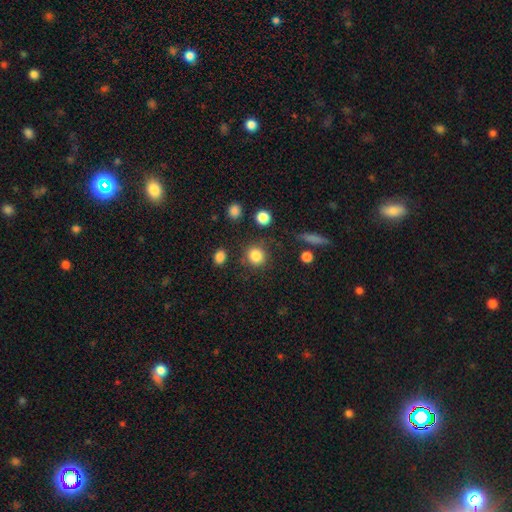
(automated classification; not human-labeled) Overall: smooth (83%). How rounded: round (88%). Merging: none (80%).